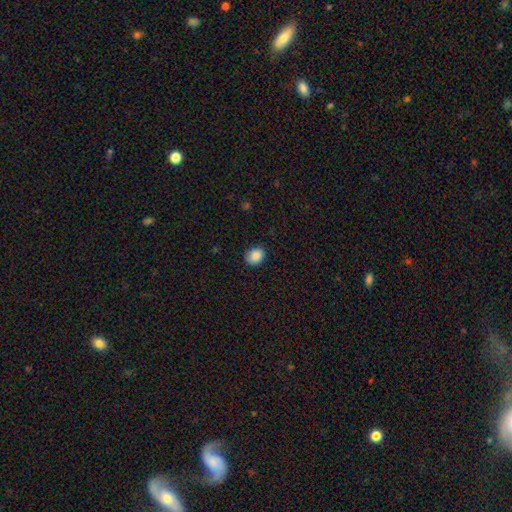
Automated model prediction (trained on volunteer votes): A smooth galaxy with no disk features (88%) that is round (56%). Merging: none (81%).